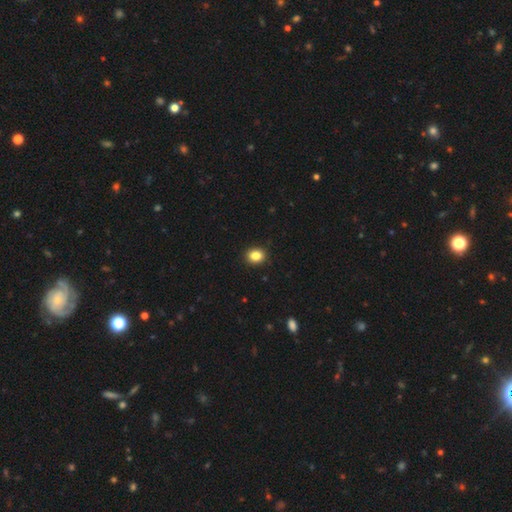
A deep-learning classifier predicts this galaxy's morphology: smooth_or_featured: smooth (p=0.85) [alt: star or artifact p=0.10]
how_rounded: round (p=0.58) [alt: in between p=0.41]
merging: none (p=0.91) [alt: minor disturbance p=0.06]